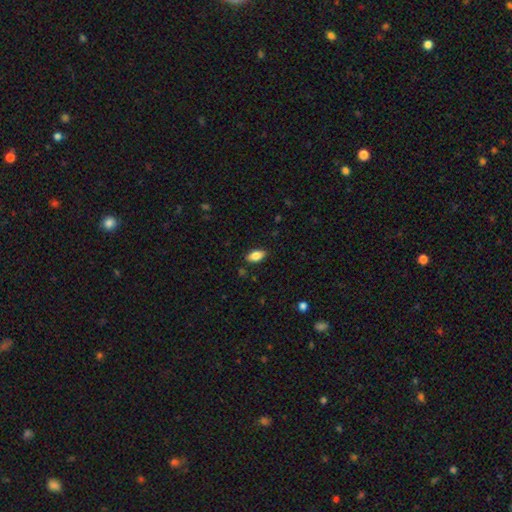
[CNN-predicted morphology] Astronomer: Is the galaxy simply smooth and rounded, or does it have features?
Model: smooth — 83%.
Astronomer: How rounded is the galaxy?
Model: in between — 91%.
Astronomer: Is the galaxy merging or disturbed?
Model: none — 87%.